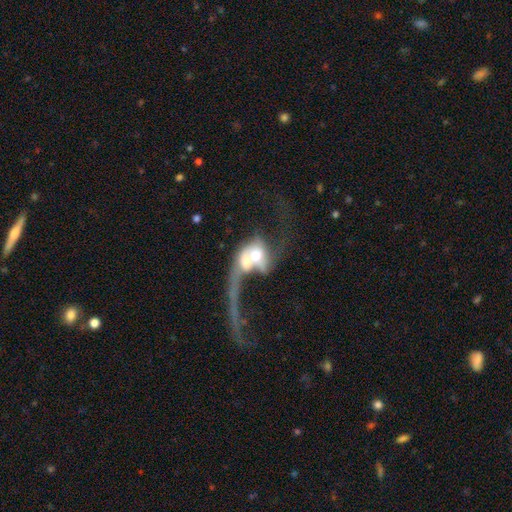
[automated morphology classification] A smooth galaxy with no disk features (46%). Merging: merger (68%).